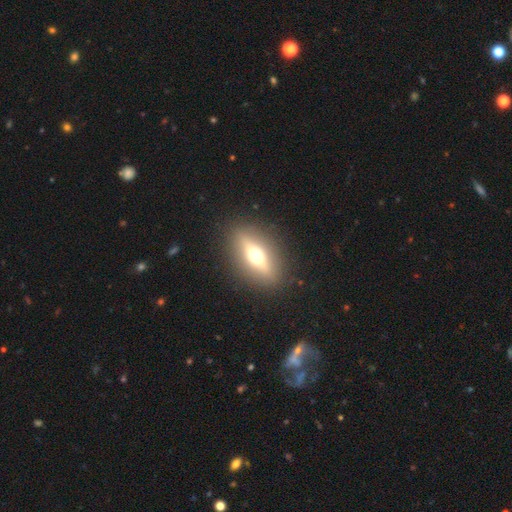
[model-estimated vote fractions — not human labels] A featured or disk galaxy (53%) viewed edge-on (76%).

Vote fractions:
- Smooth or featured? featured or disk: 53% / smooth: 37% / star or artifact: 10%
- Edge-on disk? yes: 76% / no: 24%
- Merging? none: 88% / minor disturbance: 8% / major disturbance: 4% / merger: 1%